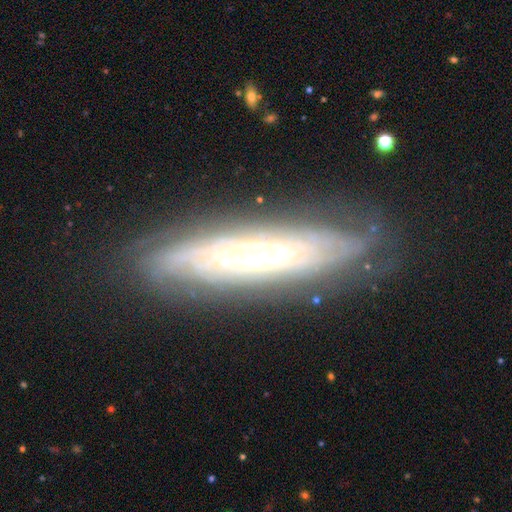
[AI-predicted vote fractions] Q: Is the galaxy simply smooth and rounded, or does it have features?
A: featured or disk — 79%.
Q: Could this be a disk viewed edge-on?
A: no — 66%.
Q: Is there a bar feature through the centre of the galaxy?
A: no — 73%.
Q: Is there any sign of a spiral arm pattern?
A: yes — 87%.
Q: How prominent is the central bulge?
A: small — 49%.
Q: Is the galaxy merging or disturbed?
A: none — 77%.